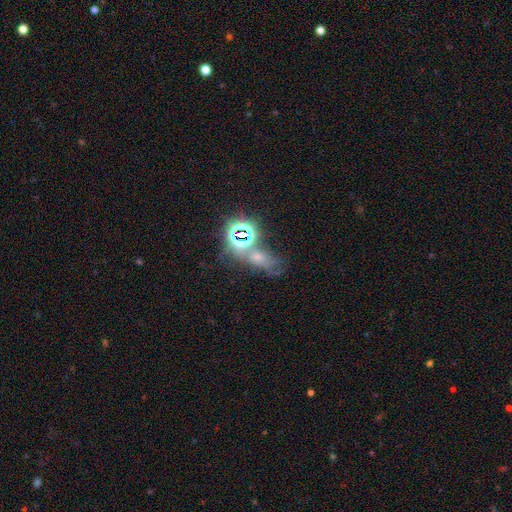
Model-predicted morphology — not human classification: type=star or artifact (62%).